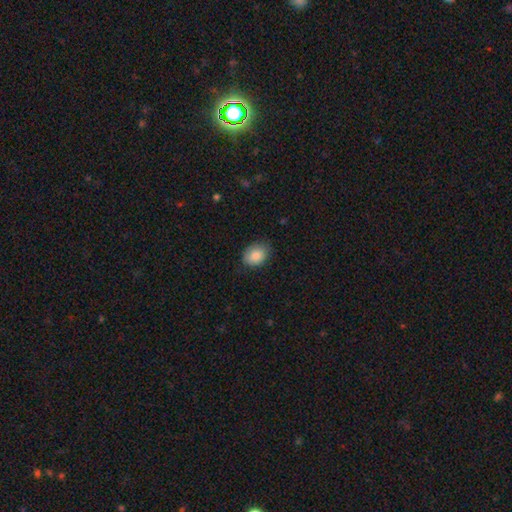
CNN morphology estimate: Smooth or featured: smooth — 86% (star or artifact — 7%)
How rounded: in between — 69% (round — 30%)
Merging: none — 76% (minor disturbance — 20%)